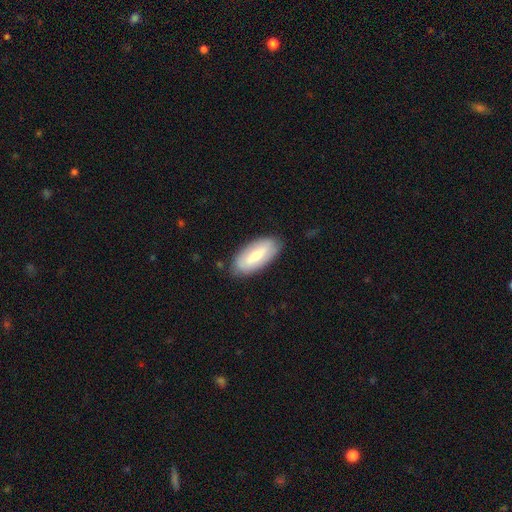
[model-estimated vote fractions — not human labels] Q: Smooth or featured?
A: smooth (63%); runner-up: featured or disk (31%)
Q: How rounded?
A: in between (86%); runner-up: cigar-shaped (13%)
Q: Merging?
A: none (84%); runner-up: minor disturbance (12%)